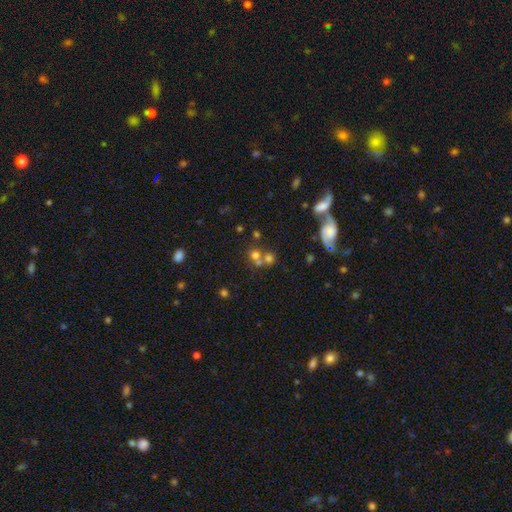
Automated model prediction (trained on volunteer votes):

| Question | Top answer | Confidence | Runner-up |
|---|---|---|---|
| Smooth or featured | smooth | 56% | star or artifact (22%) |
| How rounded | round | 77% | in between (22%) |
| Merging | merger | 44% | none (42%) |